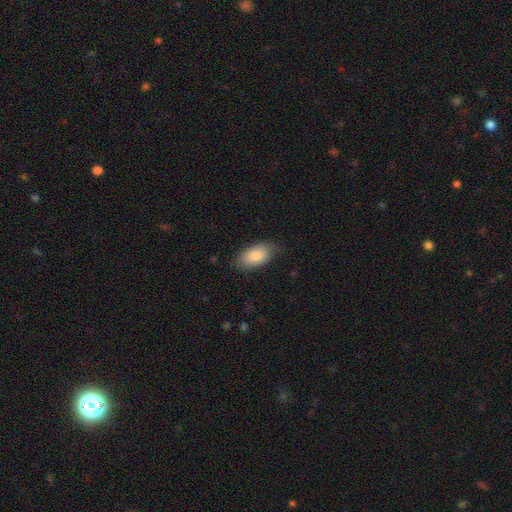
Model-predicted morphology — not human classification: Overall: smooth (85%). How rounded: in between (94%). Merging: none (78%).